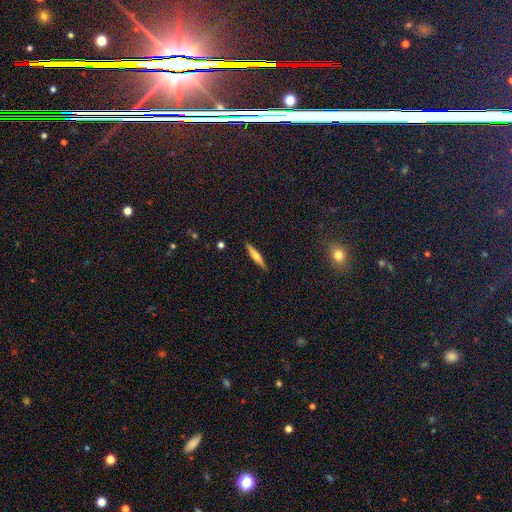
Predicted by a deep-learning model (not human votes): A featured or disk galaxy (52%) viewed edge-on (95%) with a rounded central bulge (82%).

Vote fractions:
- Smooth or featured? featured or disk: 52% / smooth: 40% / star or artifact: 8%
- Edge-on disk? yes: 95% / no: 5%
- Edge-on bulge? rounded: 82% / none: 11% / boxy: 7%
- Merging? none: 90% / minor disturbance: 7% / major disturbance: 2% / merger: 1%